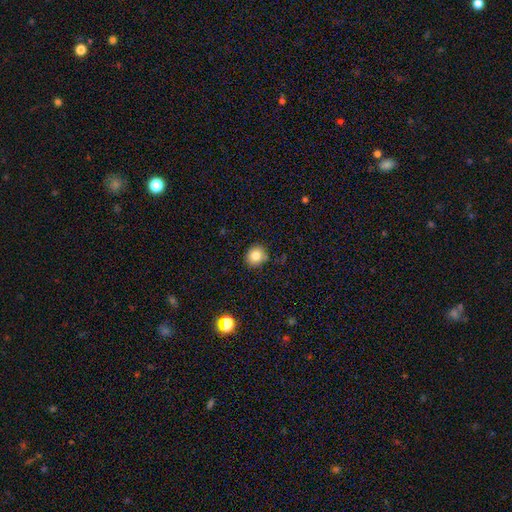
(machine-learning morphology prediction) Smooth or featured? smooth (82%)
How rounded? round (85%)
Merging? none (84%)